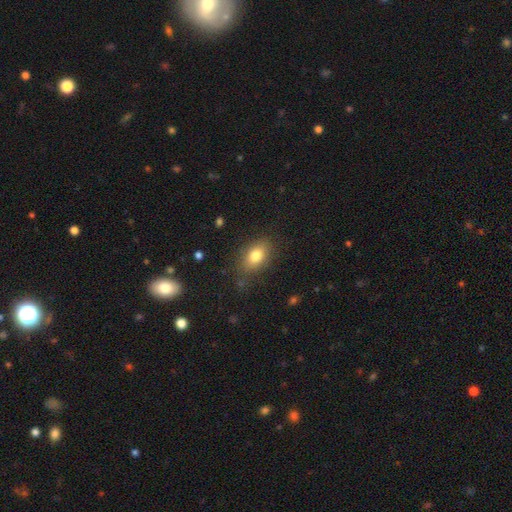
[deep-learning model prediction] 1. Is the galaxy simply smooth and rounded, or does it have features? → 79% smooth, 11% featured or disk, 9% star or artifact.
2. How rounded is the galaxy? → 83% in between, 15% round, 2% cigar-shaped.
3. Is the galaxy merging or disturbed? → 78% none, 15% minor disturbance, 5% major disturbance, 2% merger.